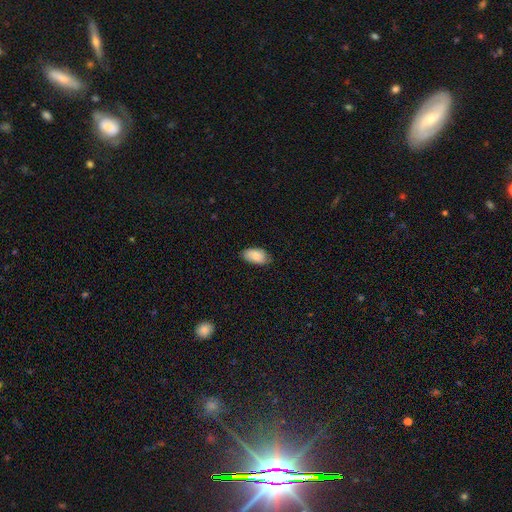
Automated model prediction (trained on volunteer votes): Q: Smooth or featured?
A: smooth (76%); runner-up: featured or disk (17%)
Q: How rounded?
A: in between (93%); runner-up: round (5%)
Q: Merging?
A: none (75%); runner-up: minor disturbance (21%)